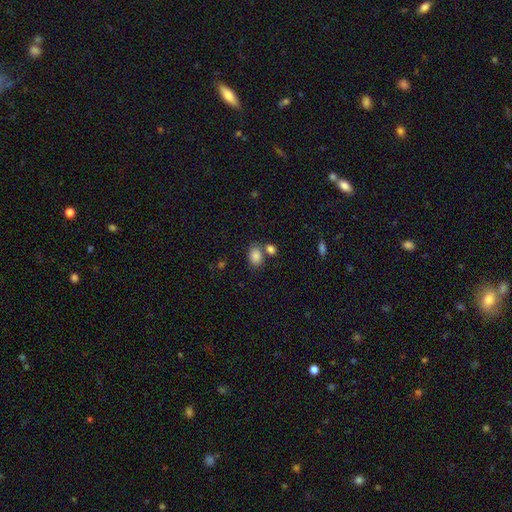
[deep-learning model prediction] Smooth or featured: smooth — 86% (star or artifact — 9%)
How rounded: in between — 79% (round — 19%)
Merging: none — 58% (merger — 25%)